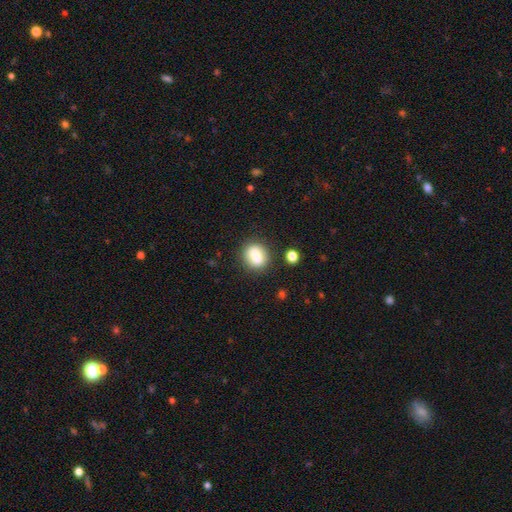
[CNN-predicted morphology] Smooth or featured?
  - smooth: 78% *
  - featured or disk: 13%
  - star or artifact: 9%
How rounded?
  - in between: 48% *
  - round: 46%
  - cigar-shaped: 5%
Merging?
  - none: 83% *
  - minor disturbance: 10%
  - merger: 4%
  - major disturbance: 3%